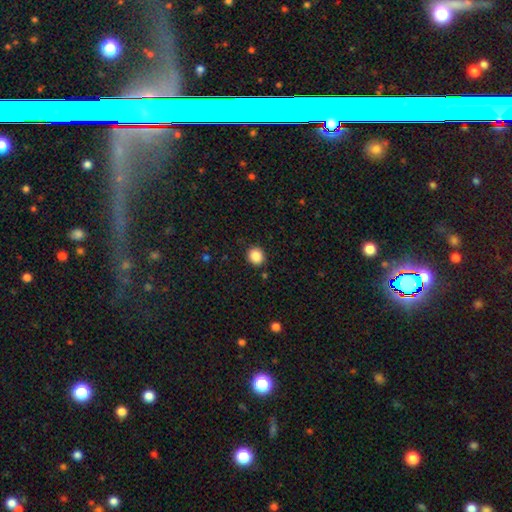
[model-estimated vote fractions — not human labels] A smooth galaxy with no disk features (87%) that is round (79%). Merging: none (89%).